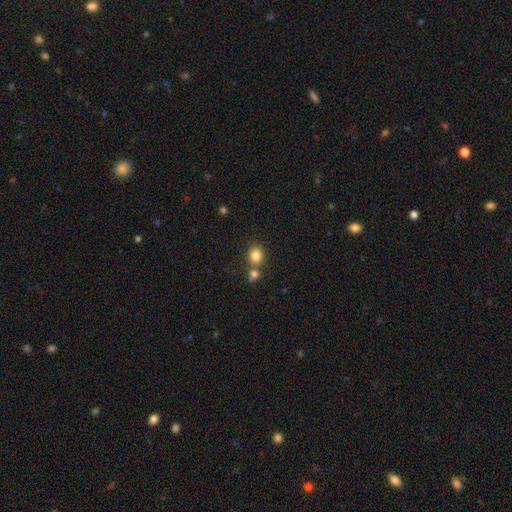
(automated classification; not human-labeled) smooth-or-featured: smooth: 83% | star or artifact: 11% | featured or disk: 6%
  how-rounded: round: 74% | in between: 25% | cigar-shaped: 1%
  merging: none: 59% | merger: 29% | minor disturbance: 9% | major disturbance: 3%